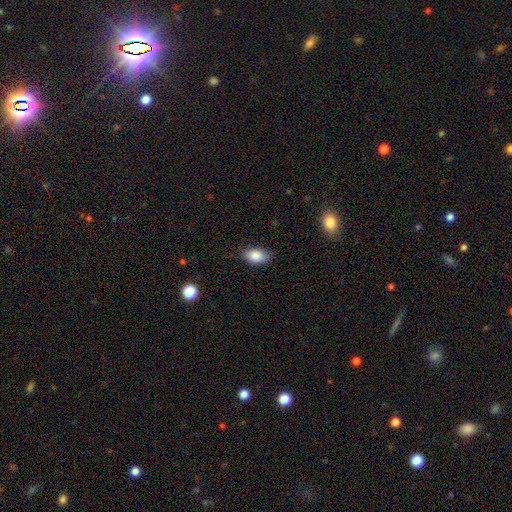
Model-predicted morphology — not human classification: smooth 87%, star or artifact 8%, featured or disk 5%. Down the decision tree: how rounded — in between (91%); merging — none (83%).